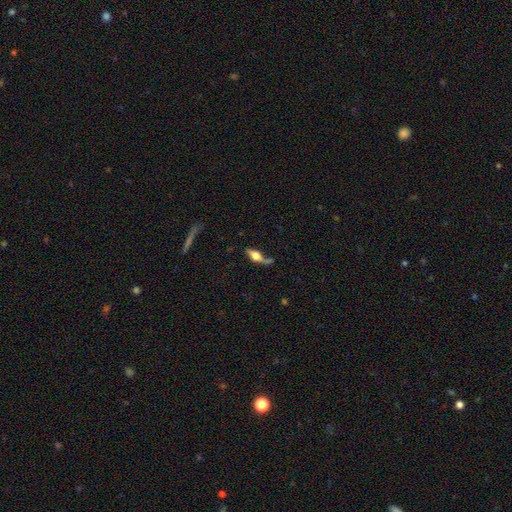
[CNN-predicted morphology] Q: Smooth or featured?
A: featured or disk (49%); runner-up: smooth (43%)
Q: Merging?
A: none (53%); runner-up: minor disturbance (20%)